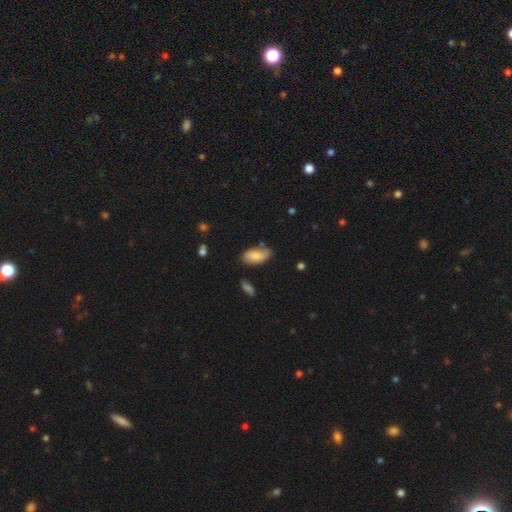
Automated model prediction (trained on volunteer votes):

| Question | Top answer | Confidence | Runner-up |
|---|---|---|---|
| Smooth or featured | smooth | 80% | featured or disk (13%) |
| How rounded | in between | 93% | cigar-shaped (4%) |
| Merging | none | 62% | minor disturbance (26%) |